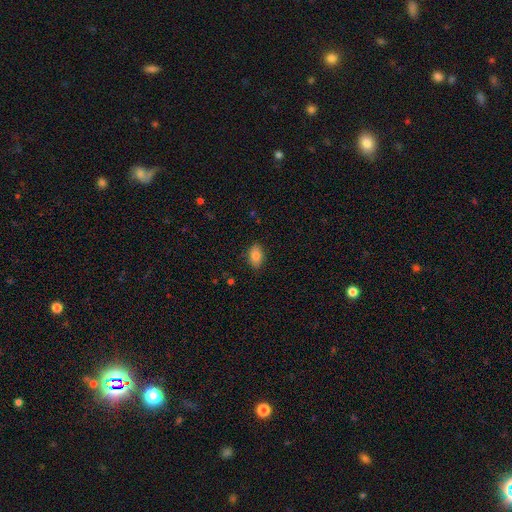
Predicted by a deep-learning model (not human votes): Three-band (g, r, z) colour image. It shows a smooth galaxy with no disk features (83%) that is in between round and cigar-shaped (89%). Merging: none (86%).